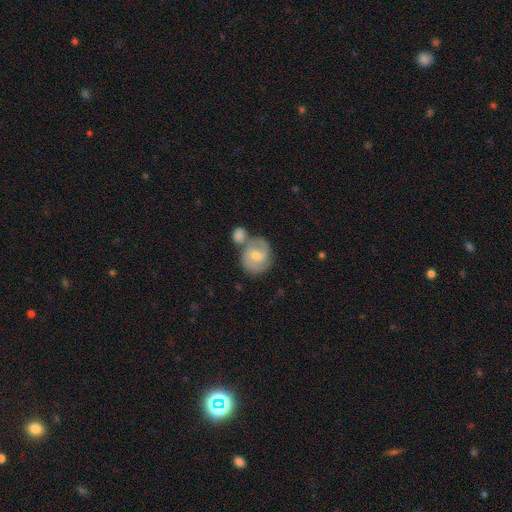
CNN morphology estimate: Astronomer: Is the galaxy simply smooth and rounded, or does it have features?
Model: featured or disk — 59% (runner-up: smooth, 35%).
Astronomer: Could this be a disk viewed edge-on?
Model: no — 97%.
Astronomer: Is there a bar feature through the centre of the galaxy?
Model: no — 51% (runner-up: weak, 41%).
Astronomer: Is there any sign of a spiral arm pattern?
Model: yes — 85%.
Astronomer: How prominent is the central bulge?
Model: moderate — 50% (runner-up: small, 46%).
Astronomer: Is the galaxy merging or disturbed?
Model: none — 41% (runner-up: merger, 39%).